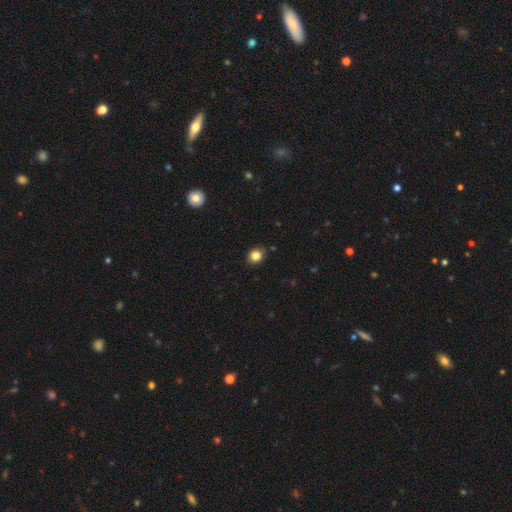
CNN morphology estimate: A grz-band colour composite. It shows a smooth galaxy with no disk features (84%) that is round (67%). Merging: none (87%).